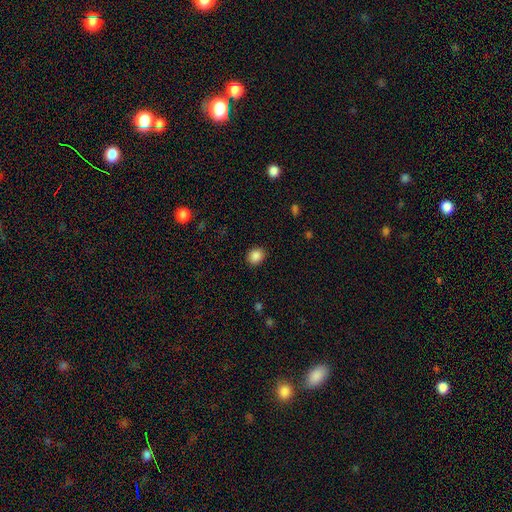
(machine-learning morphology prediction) A smooth galaxy with no disk features (87%) that is round (69%). Merging: none (90%).